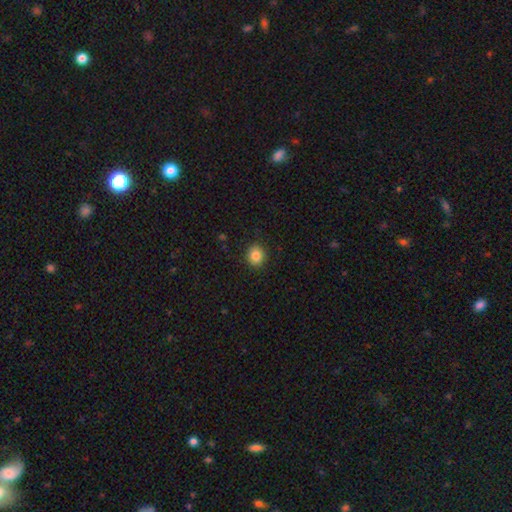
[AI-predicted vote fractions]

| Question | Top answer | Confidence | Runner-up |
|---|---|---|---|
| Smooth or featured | smooth | 85% | star or artifact (10%) |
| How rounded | round | 79% | in between (20%) |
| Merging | none | 90% | minor disturbance (7%) |